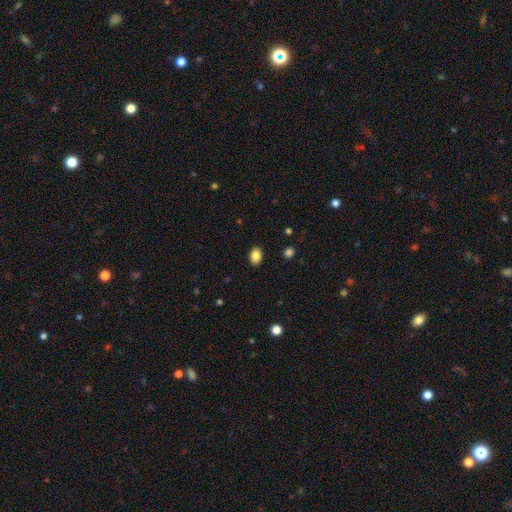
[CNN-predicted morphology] The model was most divided on "how rounded": in between: 79%, round: 20%, cigar-shaped: 1%. More confident: merging — none (89%); smooth or featured — smooth (86%).